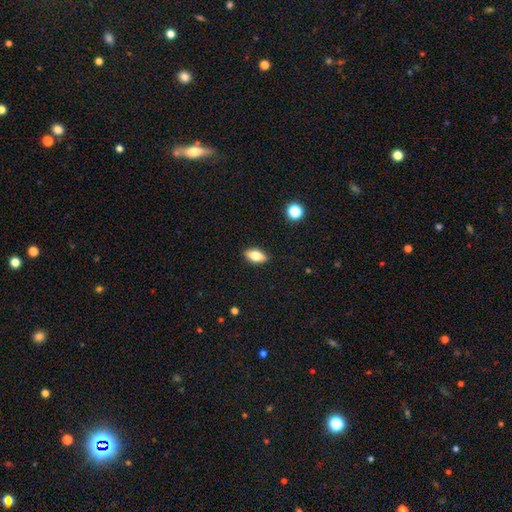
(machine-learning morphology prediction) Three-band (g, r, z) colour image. It shows a smooth galaxy with no disk features (74%) that is in between round and cigar-shaped (86%). Merging: none (88%).